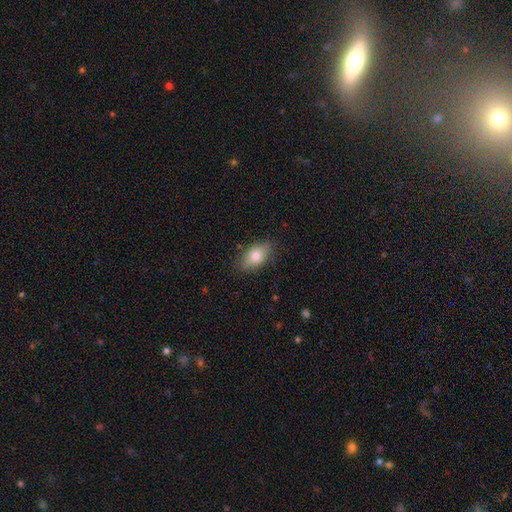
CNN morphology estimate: Overall: smooth (79%). How rounded: in between (89%). Merging: none (81%).